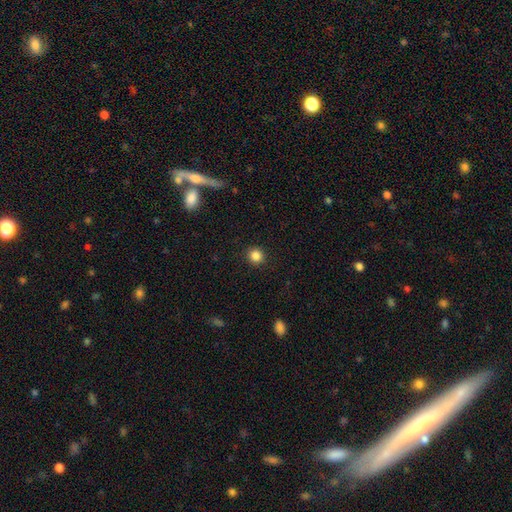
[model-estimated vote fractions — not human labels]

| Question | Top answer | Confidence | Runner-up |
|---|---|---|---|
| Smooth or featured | smooth | 85% | star or artifact (11%) |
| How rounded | round | 91% | in between (8%) |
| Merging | none | 92% | minor disturbance (5%) |